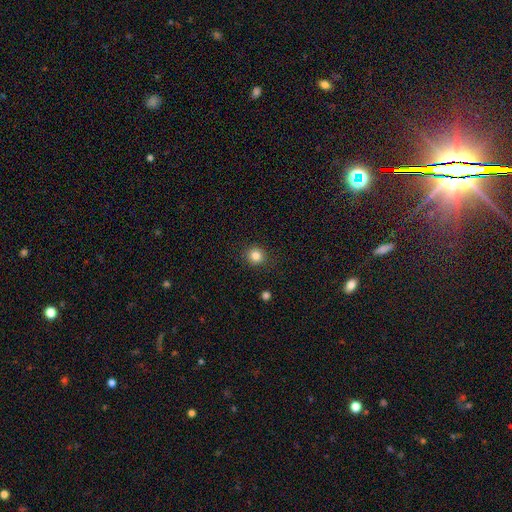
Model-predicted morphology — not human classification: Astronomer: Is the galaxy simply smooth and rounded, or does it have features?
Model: smooth — 83%.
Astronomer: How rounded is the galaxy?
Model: round — 87%.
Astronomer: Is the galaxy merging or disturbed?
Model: none — 89%.